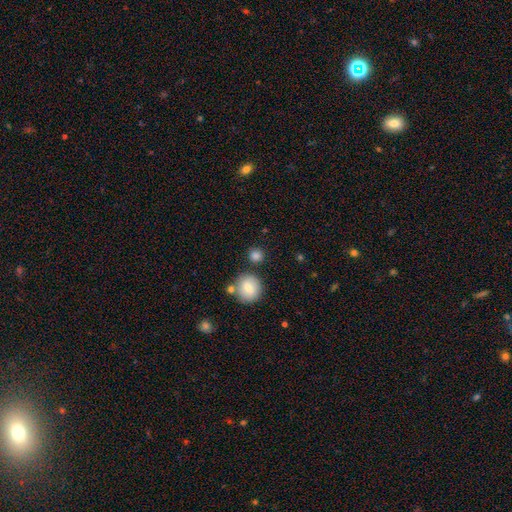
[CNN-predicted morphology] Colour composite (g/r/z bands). It shows a smooth galaxy with no disk features (82%) that is round (89%). Merging: none (77%).